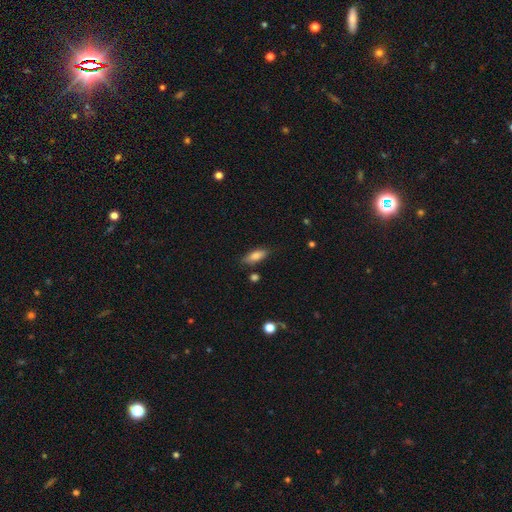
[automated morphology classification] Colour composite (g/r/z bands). It shows a smooth galaxy with no disk features (80%) that is in between round and cigar-shaped (70%). Merging: none (80%).